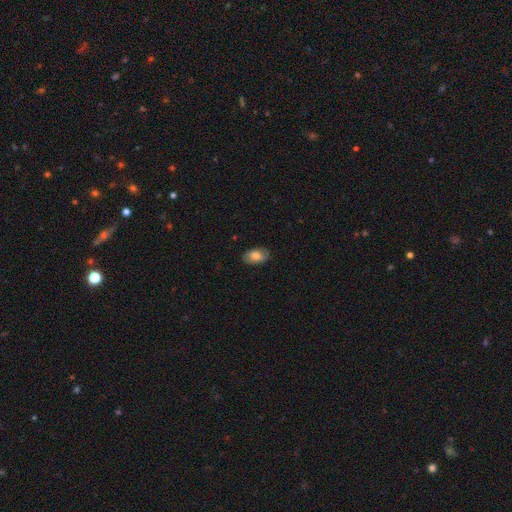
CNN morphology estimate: A smooth galaxy with no disk features (74%) that is in between round and cigar-shaped (92%).

Vote fractions:
- Smooth or featured? smooth: 74% / featured or disk: 19% / star or artifact: 7%
- How rounded? in between: 92% / round: 6% / cigar-shaped: 2%
- Merging? none: 82% / minor disturbance: 14% / major disturbance: 3% / merger: 1%